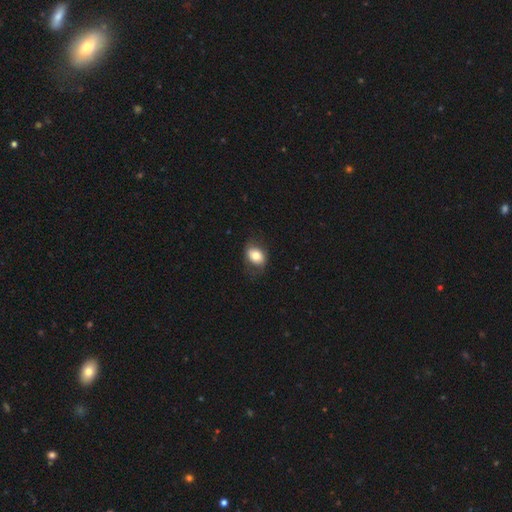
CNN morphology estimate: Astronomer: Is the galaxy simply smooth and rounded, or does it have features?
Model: smooth — 73%.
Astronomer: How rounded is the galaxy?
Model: in between — 69%.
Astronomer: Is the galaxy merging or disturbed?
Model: none — 68%.